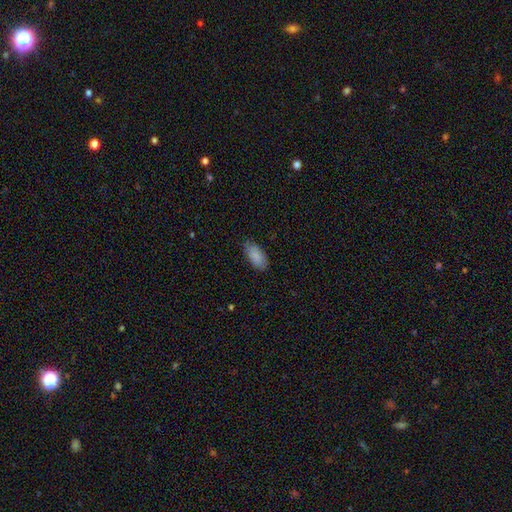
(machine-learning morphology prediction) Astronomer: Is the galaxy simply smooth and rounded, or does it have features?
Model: smooth — 88%.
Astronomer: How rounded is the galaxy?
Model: in between — 92%.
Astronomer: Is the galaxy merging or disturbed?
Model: none — 82%.